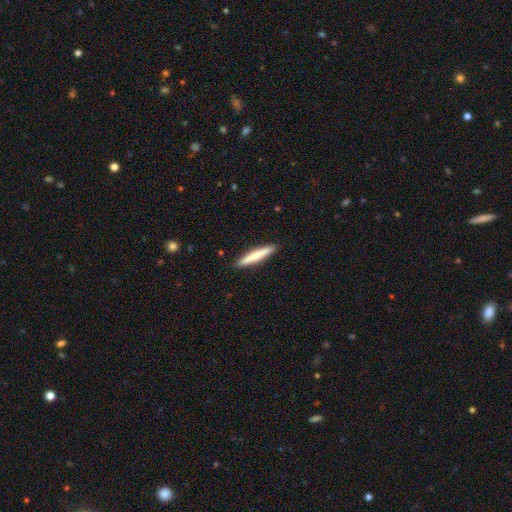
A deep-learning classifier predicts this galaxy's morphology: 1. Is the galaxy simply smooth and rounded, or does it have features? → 70% smooth, 25% featured or disk, 5% star or artifact.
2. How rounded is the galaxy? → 93% cigar-shaped, 5% in between, 1% round.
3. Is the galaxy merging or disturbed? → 91% none, 7% minor disturbance, 1% major disturbance, 1% merger.